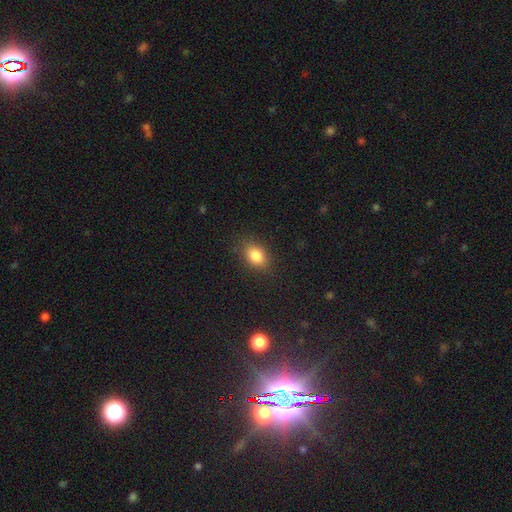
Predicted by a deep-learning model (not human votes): A smooth galaxy with no disk features (84%) that is in between round and cigar-shaped (78%).

Vote fractions:
- Smooth or featured? smooth: 84% / star or artifact: 10% / featured or disk: 7%
- How rounded? in between: 78% / round: 21% / cigar-shaped: 2%
- Merging? none: 85% / minor disturbance: 11% / major disturbance: 3% / merger: 1%